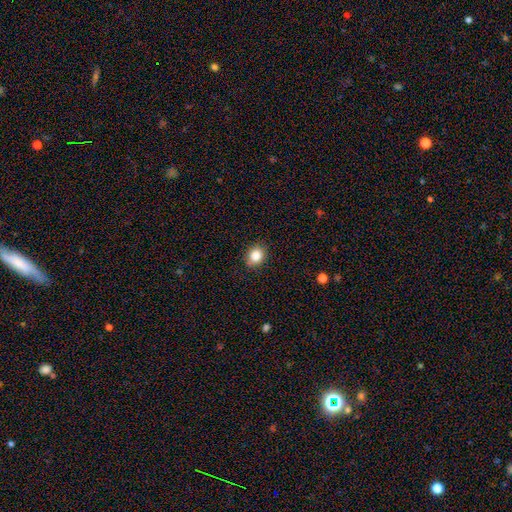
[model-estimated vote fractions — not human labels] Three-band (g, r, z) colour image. It shows a smooth galaxy with no disk features (86%) that is round (62%). Merging: none (84%).